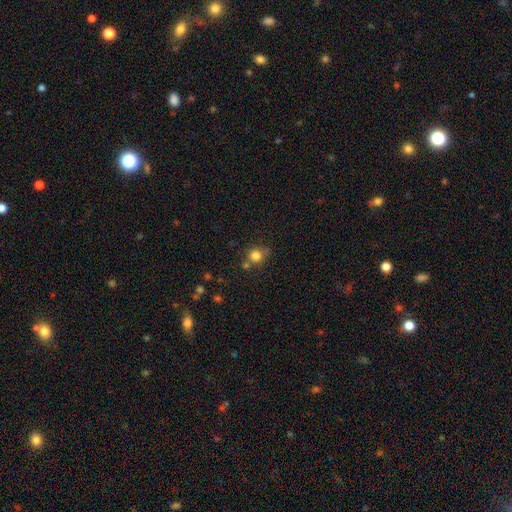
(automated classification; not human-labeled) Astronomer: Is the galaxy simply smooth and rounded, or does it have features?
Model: smooth — 79%.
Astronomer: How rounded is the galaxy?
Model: round — 83%.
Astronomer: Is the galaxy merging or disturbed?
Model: none — 60%.